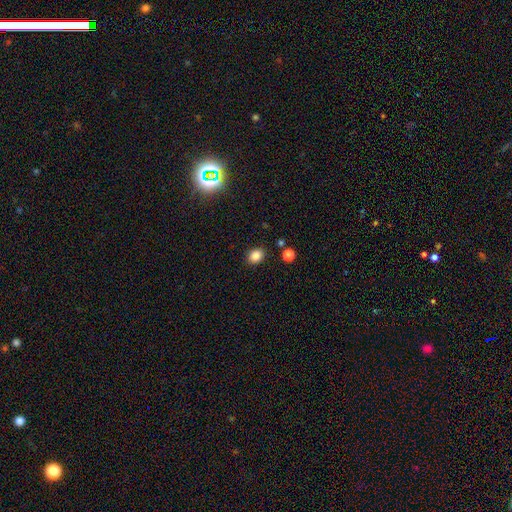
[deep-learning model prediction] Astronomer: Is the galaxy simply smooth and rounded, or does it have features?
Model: smooth — 85%.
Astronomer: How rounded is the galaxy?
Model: in between — 59% (runner-up: round, 40%).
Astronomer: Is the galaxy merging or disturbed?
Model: none — 85%.